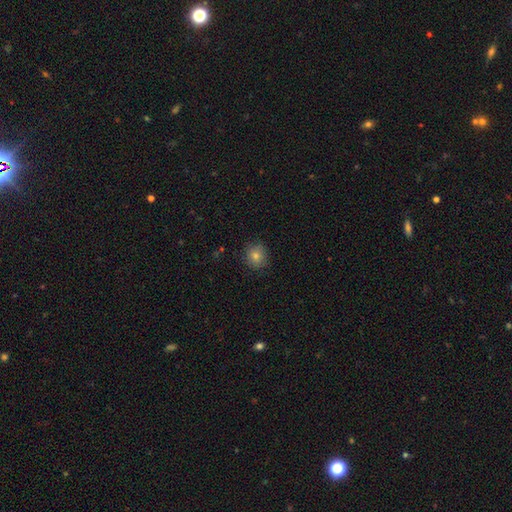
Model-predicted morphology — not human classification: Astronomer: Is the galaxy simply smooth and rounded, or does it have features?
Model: smooth — 77%.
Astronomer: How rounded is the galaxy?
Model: round — 88%.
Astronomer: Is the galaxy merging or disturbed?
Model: none — 86%.